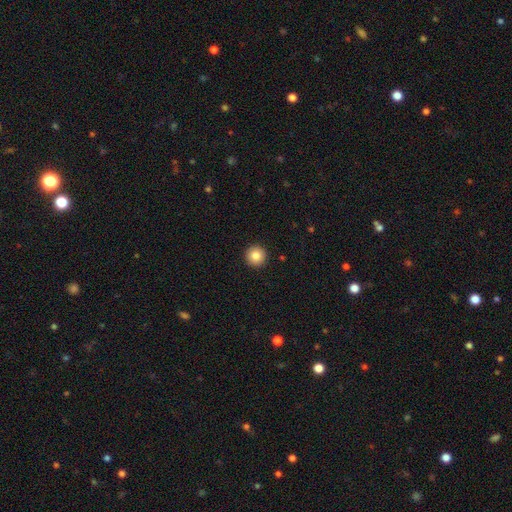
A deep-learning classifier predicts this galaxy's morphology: This is clearly a smooth galaxy (84%). How rounded: clearly round (96%). Merging: clearly none (94%).